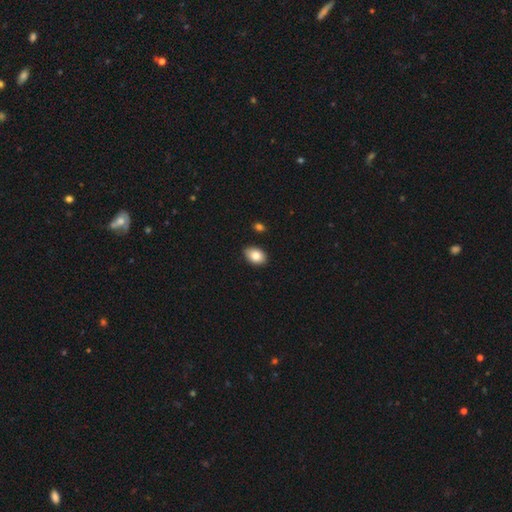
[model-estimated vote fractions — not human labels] This appears to be a smooth galaxy with no disk features (83%) that is in between round and cigar-shaped (84%). Merging: none (86%).